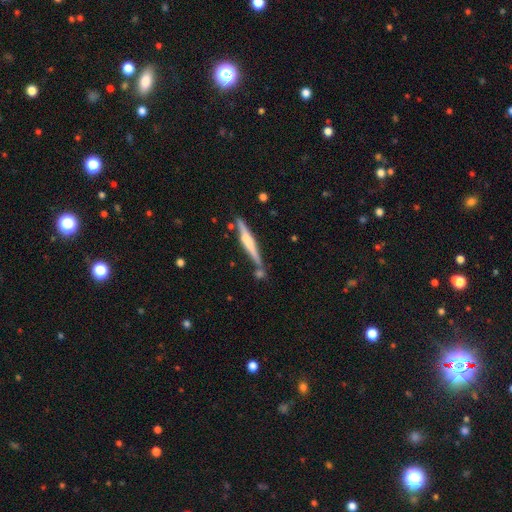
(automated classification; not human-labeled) This appears to be a featured or disk galaxy (69%) viewed edge-on (97%) with a rounded central bulge (63%). Merging: none (79%).